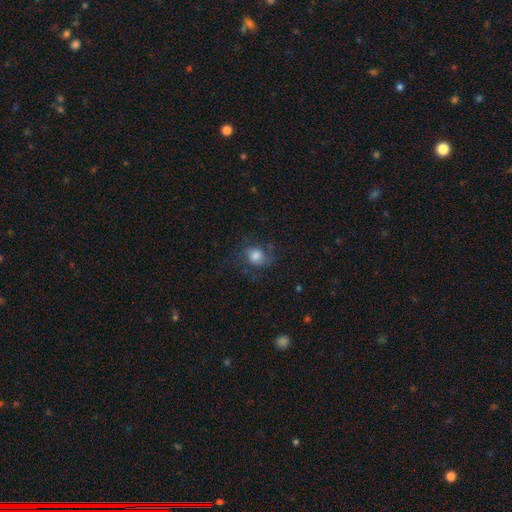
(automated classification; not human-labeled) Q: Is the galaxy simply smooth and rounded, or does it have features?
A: smooth — 72%.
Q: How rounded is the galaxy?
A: round — 62%.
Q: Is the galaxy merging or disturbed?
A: none — 58%.